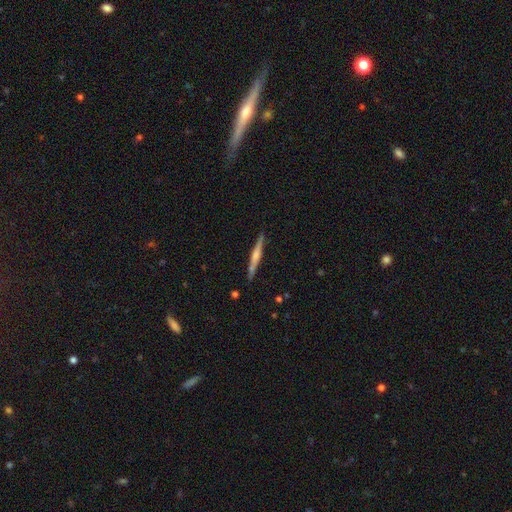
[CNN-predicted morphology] type=featured or disk (60%); edge-on=yes (98%); edge-on bulge=rounded (53%); merging=none (88%).